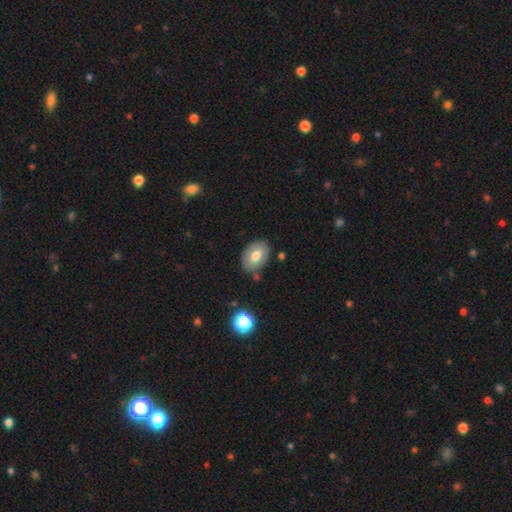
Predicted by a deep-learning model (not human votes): Morphology: type=smooth (71%); roundness=in between (85%); merging=none (78%).